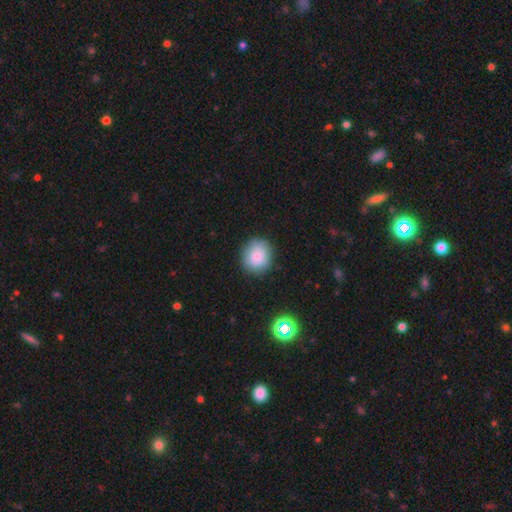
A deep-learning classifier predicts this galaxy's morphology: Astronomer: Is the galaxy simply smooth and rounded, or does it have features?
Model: smooth — 81%.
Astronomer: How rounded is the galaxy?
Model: round — 78%.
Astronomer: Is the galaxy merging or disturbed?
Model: none — 82%.